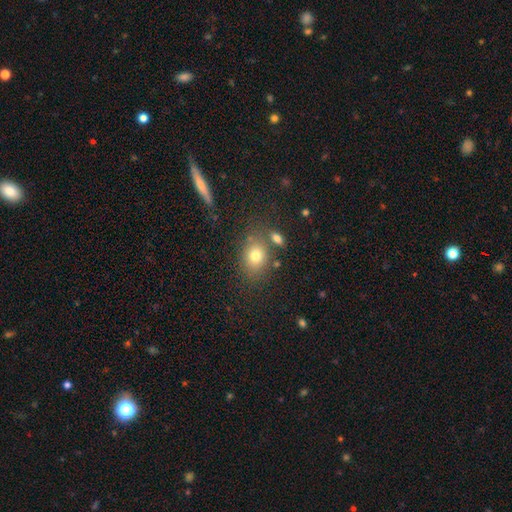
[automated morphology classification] Smooth or featured? Predicted: smooth (p=0.76). How rounded? Predicted: in between (p=0.62). Merging? Predicted: none (p=0.71).